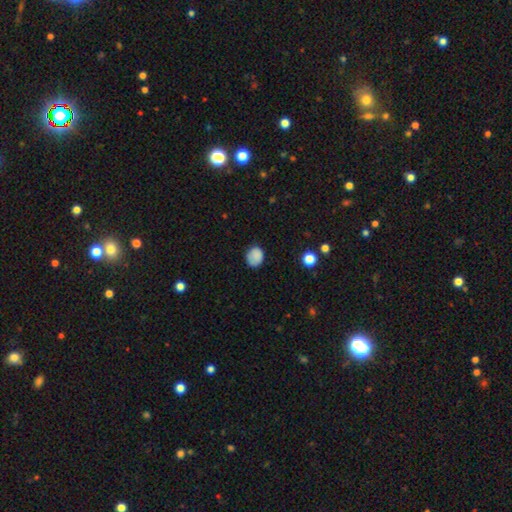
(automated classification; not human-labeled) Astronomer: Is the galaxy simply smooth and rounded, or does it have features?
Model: smooth — 84%.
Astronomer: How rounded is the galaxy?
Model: round — 60% (runner-up: in between, 39%).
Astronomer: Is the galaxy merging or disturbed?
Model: none — 75%.